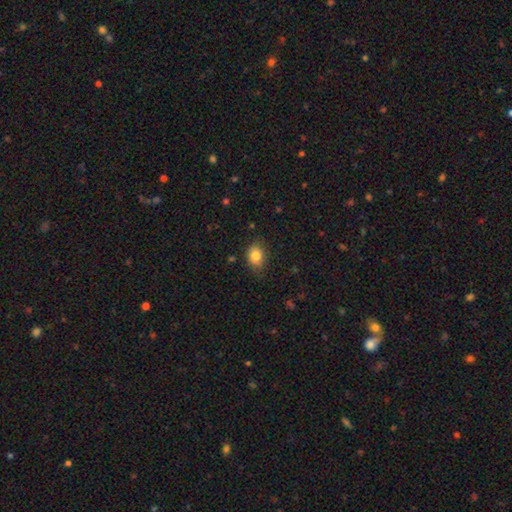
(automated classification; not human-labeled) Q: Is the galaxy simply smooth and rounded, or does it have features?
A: smooth — 83%.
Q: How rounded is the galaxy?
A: in between — 60%.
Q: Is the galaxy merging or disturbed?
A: none — 74%.